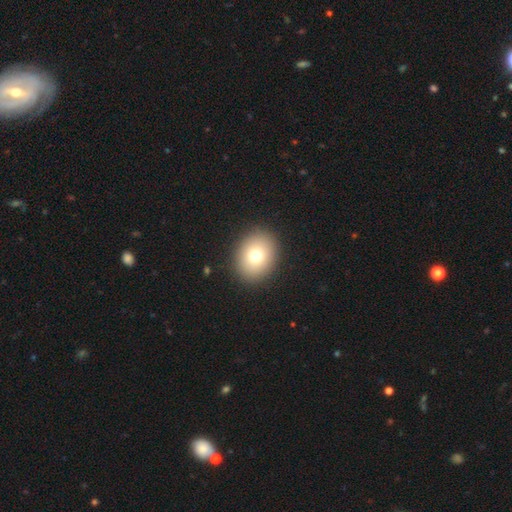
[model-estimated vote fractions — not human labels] Morphology: type=smooth (76%); roundness=round (54%); merging=none (91%).